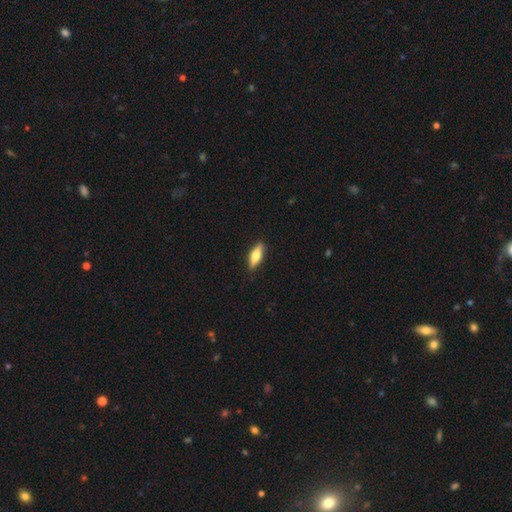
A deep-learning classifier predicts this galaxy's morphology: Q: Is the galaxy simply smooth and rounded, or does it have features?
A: smooth — 65%.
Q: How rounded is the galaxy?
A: in between — 52%.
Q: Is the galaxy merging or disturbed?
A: none — 87%.